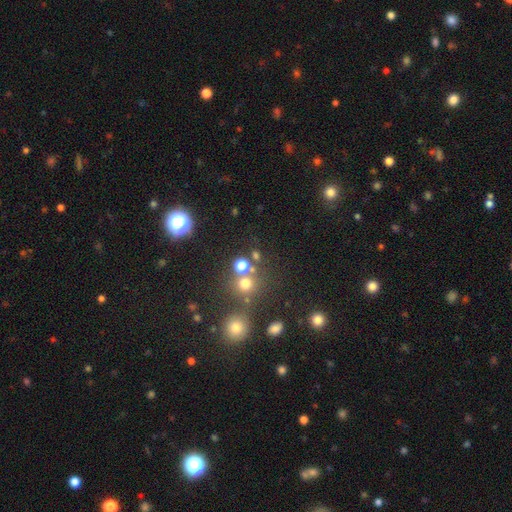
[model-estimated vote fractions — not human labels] The model was most divided on "smooth or featured": star or artifact: 57%, smooth: 34%, featured or disk: 9%.